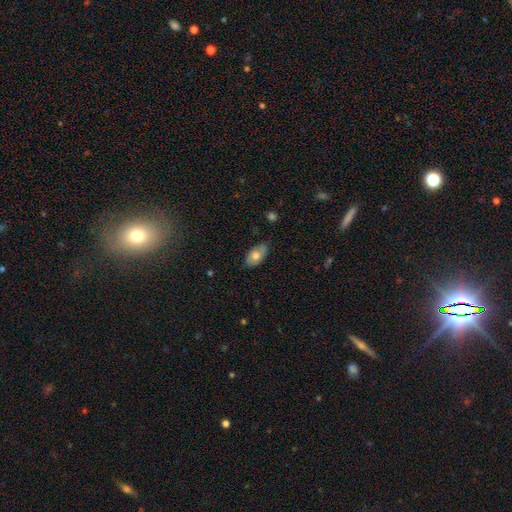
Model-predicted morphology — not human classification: Smooth or featured?
  - smooth: 68% *
  - featured or disk: 25%
  - star or artifact: 7%
How rounded?
  - in between: 92% *
  - round: 5%
  - cigar-shaped: 3%
Merging?
  - none: 76% *
  - minor disturbance: 20%
  - major disturbance: 3%
  - merger: 1%